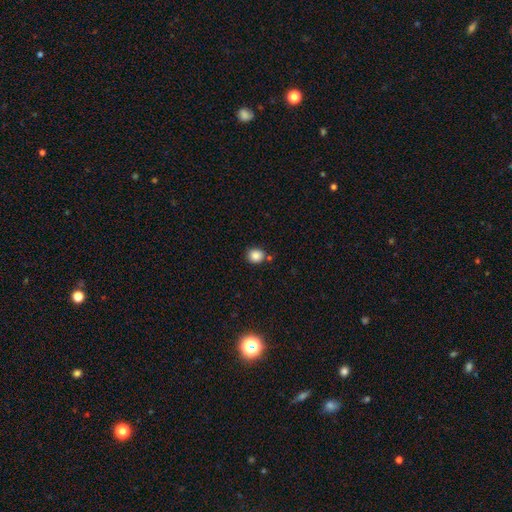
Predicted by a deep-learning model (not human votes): Smooth or featured: smooth — 86% (star or artifact — 10%)
How rounded: round — 80% (in between — 19%)
Merging: none — 79% (minor disturbance — 11%)